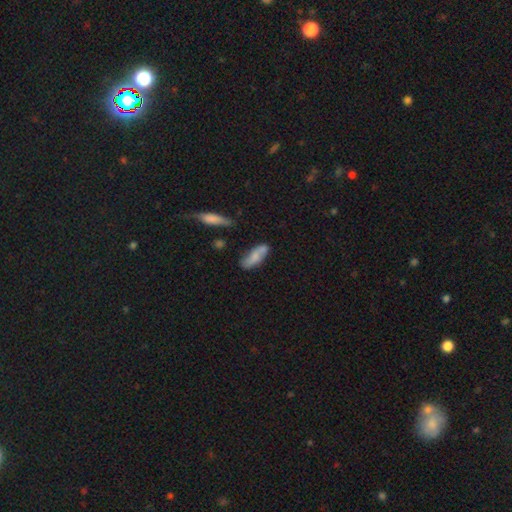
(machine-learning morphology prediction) Smooth or featured: smooth — 62% (featured or disk — 30%)
How rounded: in between — 66% (cigar-shaped — 31%)
Merging: none — 61% (minor disturbance — 23%)